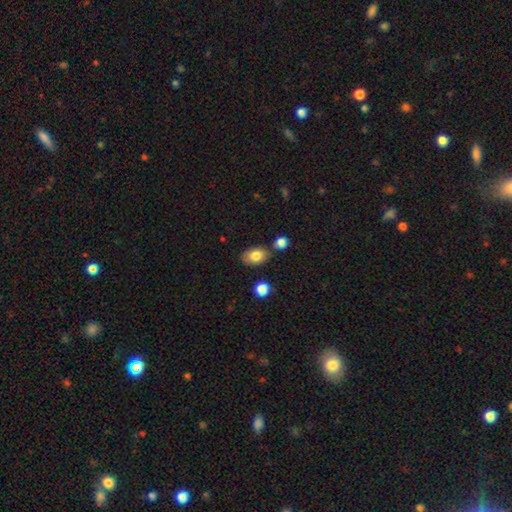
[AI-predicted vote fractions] A smooth galaxy with no disk features (82%) that is in between round and cigar-shaped (86%).

Vote fractions:
- Smooth or featured? smooth: 82% / featured or disk: 10% / star or artifact: 7%
- How rounded? in between: 86% / round: 12% / cigar-shaped: 1%
- Merging? none: 73% / minor disturbance: 14% / merger: 10% / major disturbance: 3%